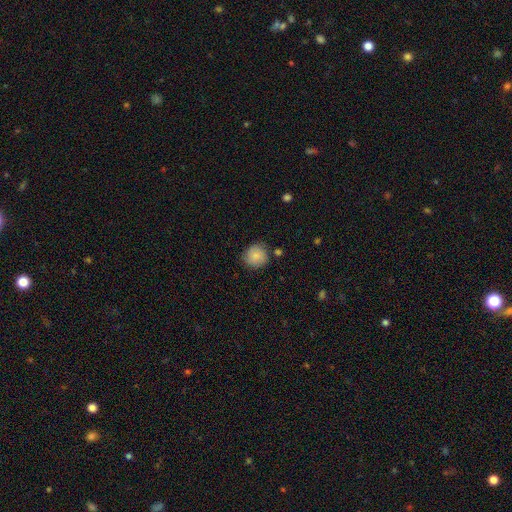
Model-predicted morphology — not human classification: The model was most divided on "merging": none: 80%, minor disturbance: 13%, merger: 4%, major disturbance: 3%. More confident: how rounded — round (90%); smooth or featured — smooth (84%).